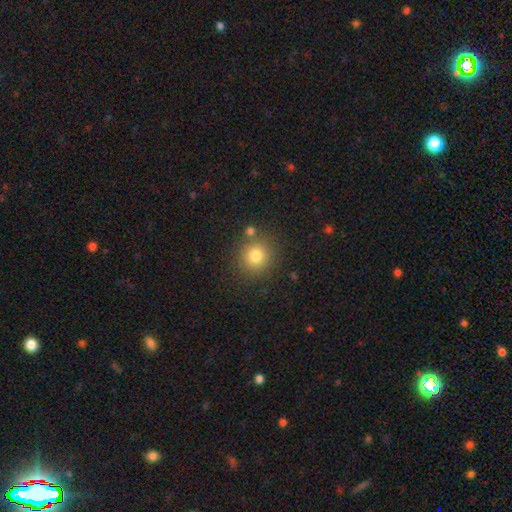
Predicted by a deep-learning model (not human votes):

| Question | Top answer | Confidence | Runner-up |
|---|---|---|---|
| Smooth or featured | smooth | 79% | star or artifact (13%) |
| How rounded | round | 89% | in between (10%) |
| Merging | none | 81% | minor disturbance (9%) |